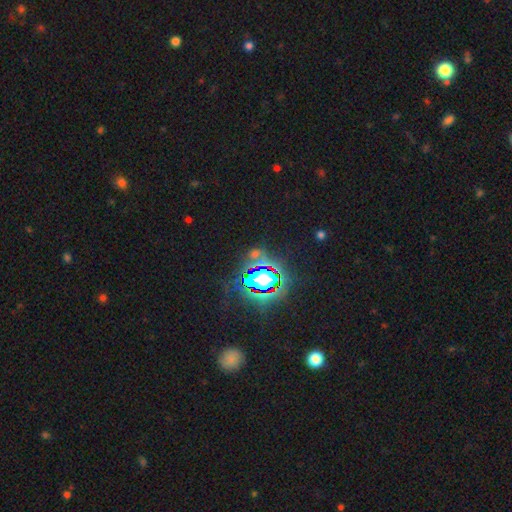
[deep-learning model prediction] Q: Smooth or featured?
A: star or artifact (77%); runner-up: smooth (14%)